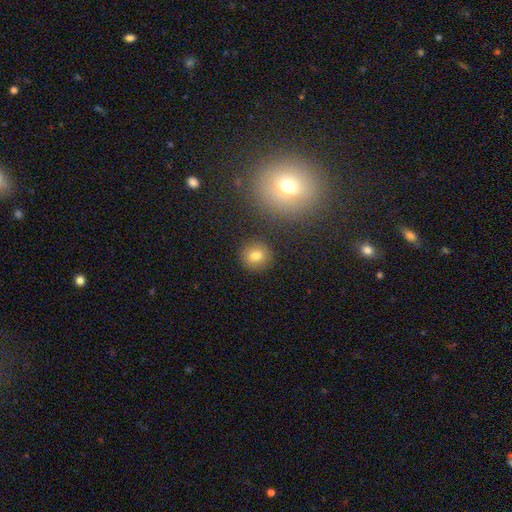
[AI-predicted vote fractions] Morphology: type=smooth (77%); roundness=round (87%); merging=none (88%).